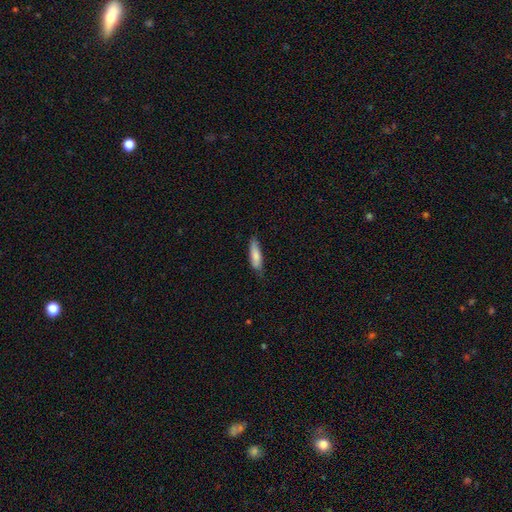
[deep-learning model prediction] Morphology: type=smooth (78%); roundness=cigar-shaped (59%); merging=none (72%).